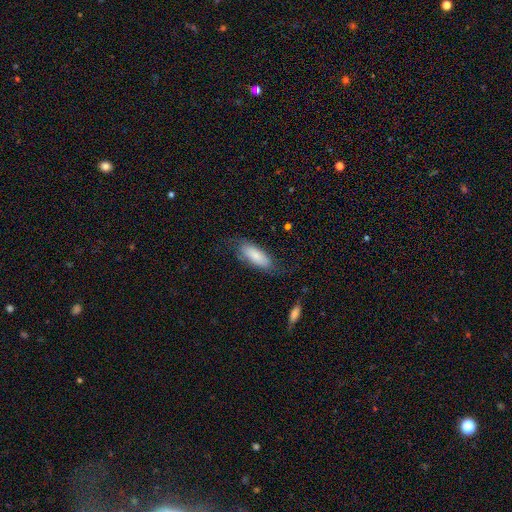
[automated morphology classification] A smooth galaxy with no disk features (77%) that is in between round and cigar-shaped (74%).

Vote fractions:
- Smooth or featured? smooth: 77% / featured or disk: 17% / star or artifact: 6%
- How rounded? in between: 74% / cigar-shaped: 24% / round: 2%
- Merging? none: 66% / minor disturbance: 23% / major disturbance: 9% / merger: 2%